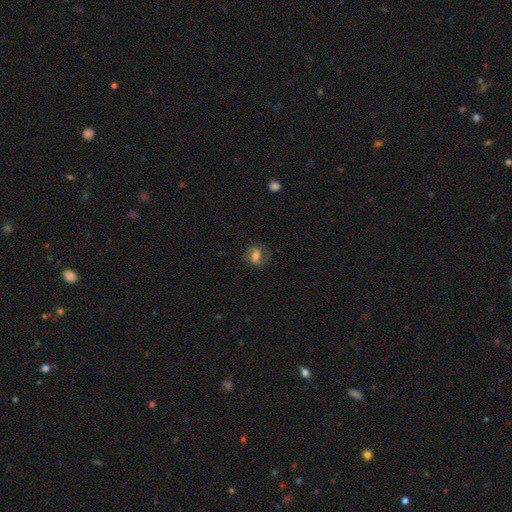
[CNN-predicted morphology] Smooth or featured? Predicted: featured or disk (p=0.59). Edge-on disk? Predicted: no (p=0.96). Bar? Predicted: weak (p=0.45). Spiral arms? Predicted: yes (p=0.88). Bulge size? Predicted: moderate (p=0.52). Merging? Predicted: none (p=0.73).